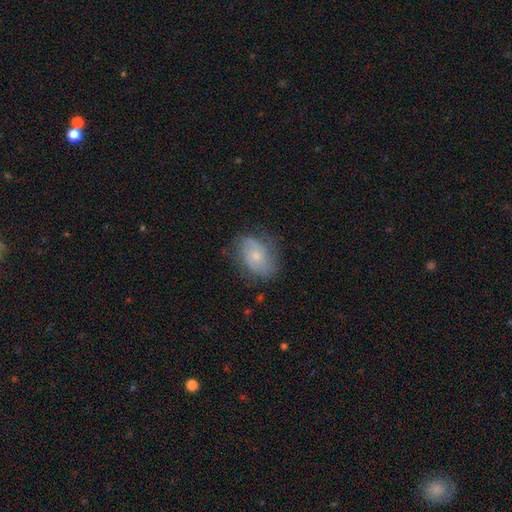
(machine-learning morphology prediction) This is possibly a featured or disk galaxy (58%). It is clearly not viewed edge-on (96%). Bar: likely no (73%). Spiral arm pattern: clearly yes (84%). Central bulge: likely small (63%). Merging: likely none (68%).